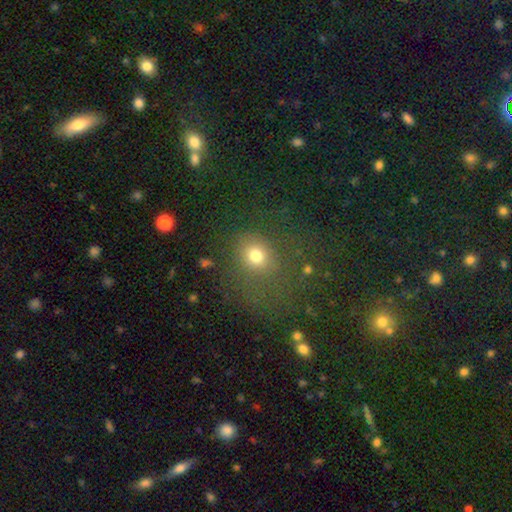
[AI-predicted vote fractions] This is likely a smooth galaxy (71%). How rounded: likely round (65%). Merging: likely none (61%).